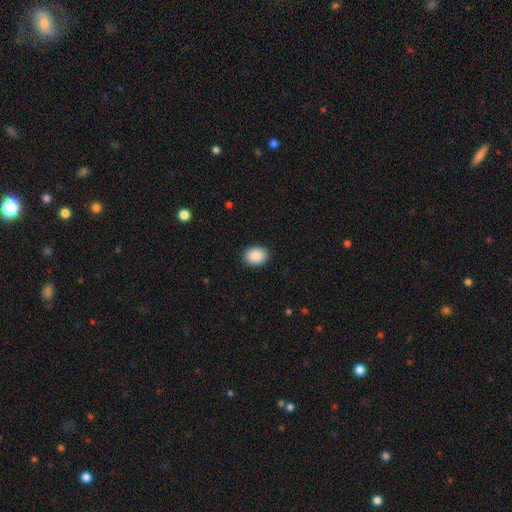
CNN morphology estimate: smooth_or_featured: smooth (p=0.89) [alt: star or artifact p=0.08]
how_rounded: in between (p=0.52) [alt: round p=0.47]
merging: none (p=0.90) [alt: minor disturbance p=0.07]